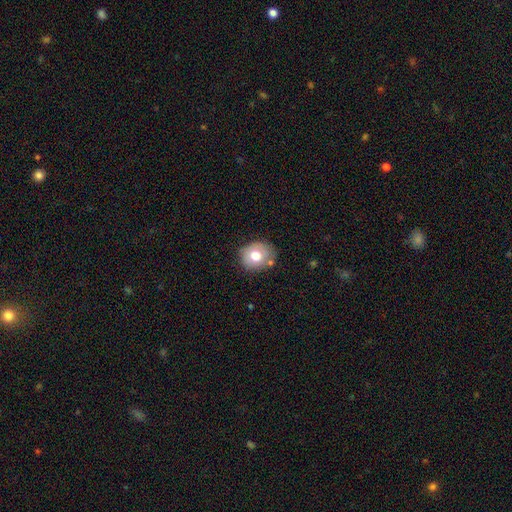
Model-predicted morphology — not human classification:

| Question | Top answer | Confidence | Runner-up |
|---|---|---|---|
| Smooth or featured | smooth | 71% | featured or disk (20%) |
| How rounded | round | 69% | in between (30%) |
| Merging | none | 71% | minor disturbance (18%) |